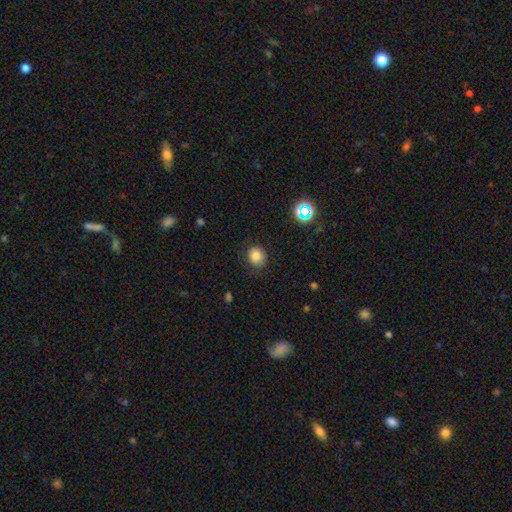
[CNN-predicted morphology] Smooth or featured: smooth — 80% (star or artifact — 13%)
How rounded: round — 73% (in between — 26%)
Merging: none — 78% (minor disturbance — 15%)